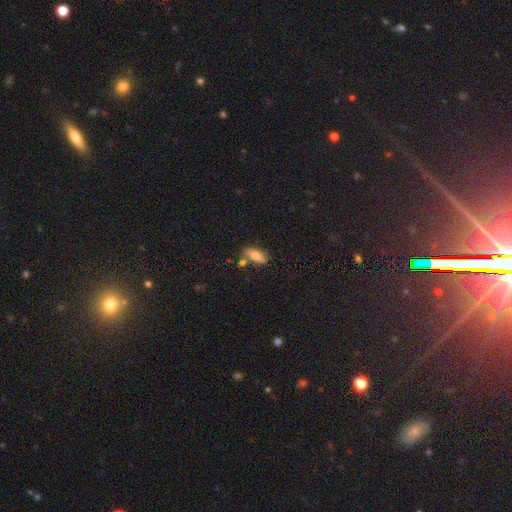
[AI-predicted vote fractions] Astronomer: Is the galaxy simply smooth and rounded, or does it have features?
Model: smooth — 59%.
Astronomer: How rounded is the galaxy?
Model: in between — 75%.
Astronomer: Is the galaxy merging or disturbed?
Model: none — 67%.